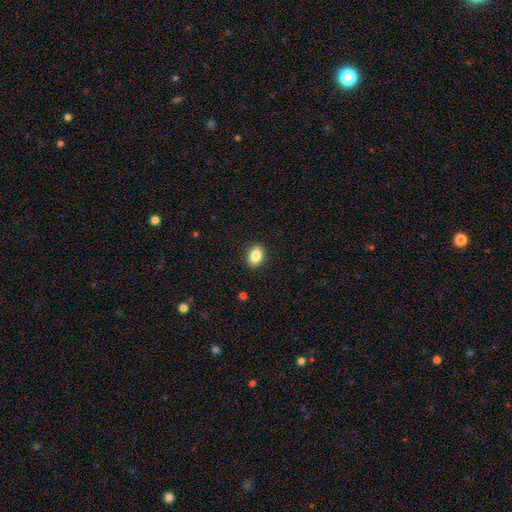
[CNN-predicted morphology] Smooth or featured? smooth (84%)
How rounded? in between (78%)
Merging? none (90%)